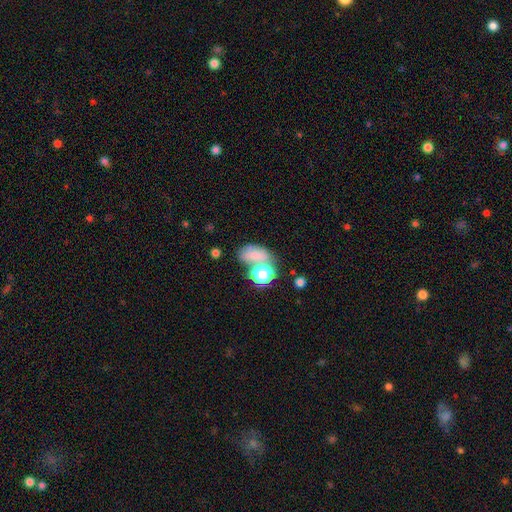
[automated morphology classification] Smooth or featured: smooth — 68% (star or artifact — 17%)
How rounded: in between — 76% (round — 22%)
Merging: none — 40% (merger — 33%)